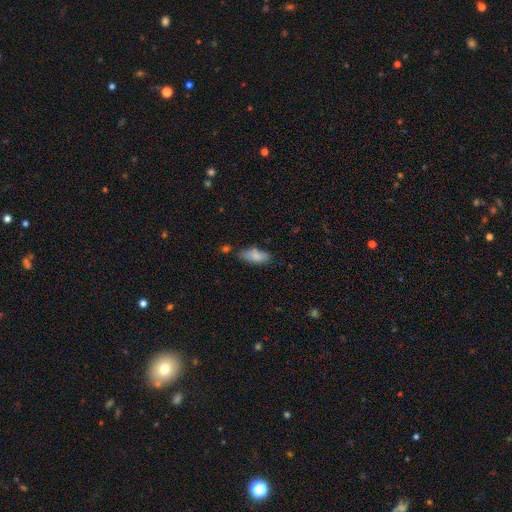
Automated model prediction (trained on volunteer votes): This appears to be a smooth galaxy with no disk features (82%) that is in between round and cigar-shaped (80%). Merging: none (67%).